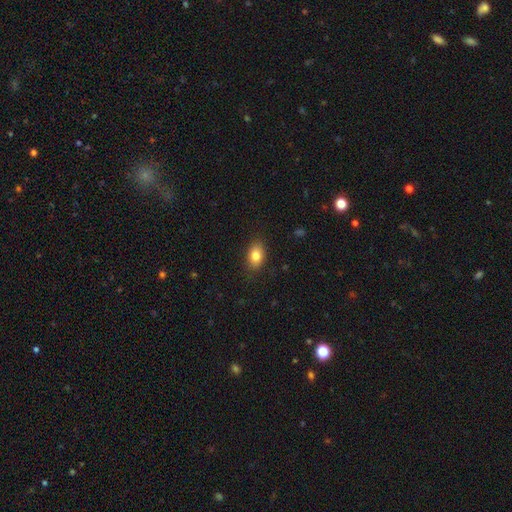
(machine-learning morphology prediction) This appears to be a smooth galaxy with no disk features (82%) that is in between round and cigar-shaped (85%). Merging: none (86%).